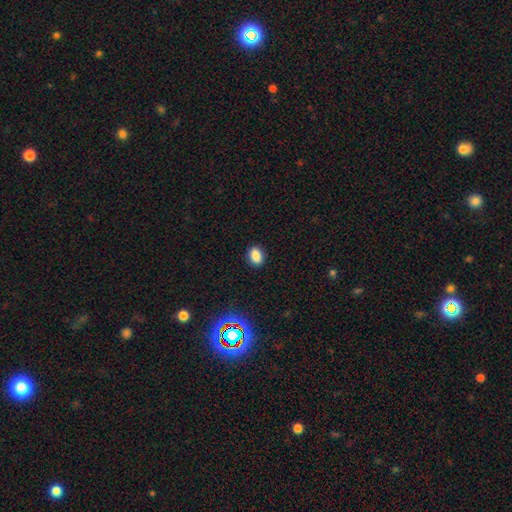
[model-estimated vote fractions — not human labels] A smooth galaxy with no disk features (85%) that is in between round and cigar-shaped (77%). Merging: none (89%).